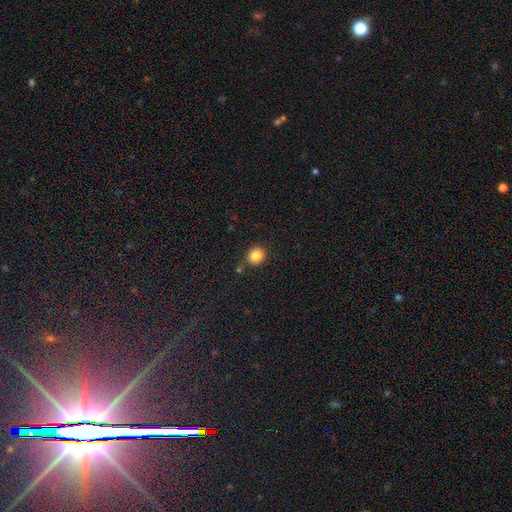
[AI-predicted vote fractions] Morphology: type=smooth (85%); roundness=round (87%); merging=none (82%).